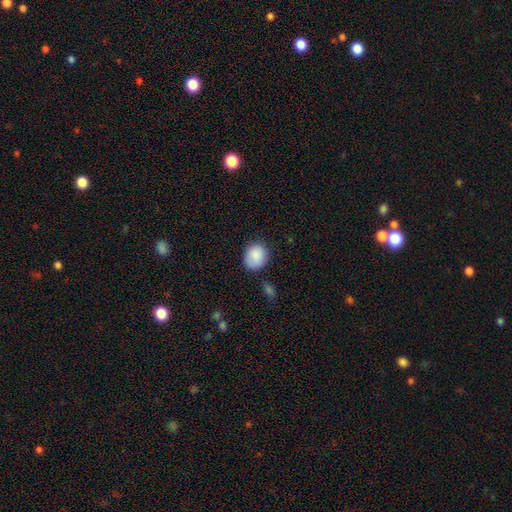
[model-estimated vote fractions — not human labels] The model was most divided on "how rounded": round: 61%, in between: 38%, cigar-shaped: 1%. More confident: smooth or featured — smooth (88%); merging — none (76%).